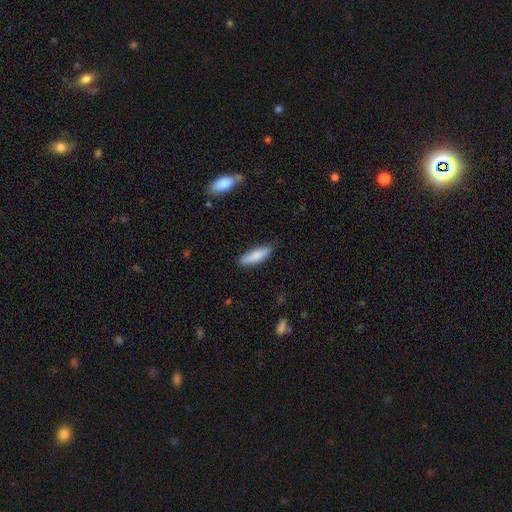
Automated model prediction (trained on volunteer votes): Smooth or featured?
  - smooth: 84% *
  - featured or disk: 10%
  - star or artifact: 6%
How rounded?
  - cigar-shaped: 58% *
  - in between: 41%
  - round: 2%
Merging?
  - none: 82% *
  - minor disturbance: 15%
  - major disturbance: 2%
  - merger: 1%